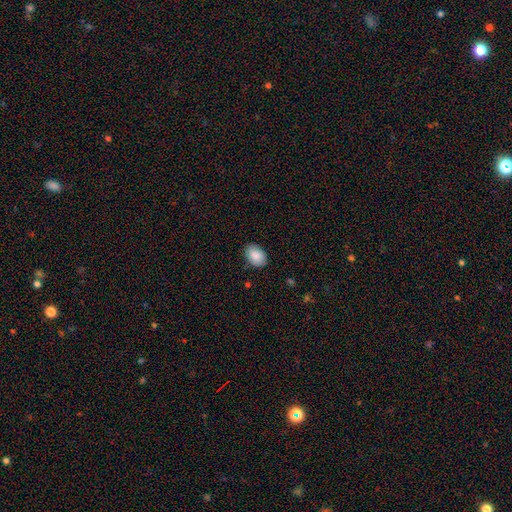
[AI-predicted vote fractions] smooth-or-featured: smooth: 89% | star or artifact: 7% | featured or disk: 5%
  how-rounded: in between: 82% | round: 17% | cigar-shaped: 1%
  merging: none: 85% | minor disturbance: 12% | major disturbance: 2% | merger: 1%